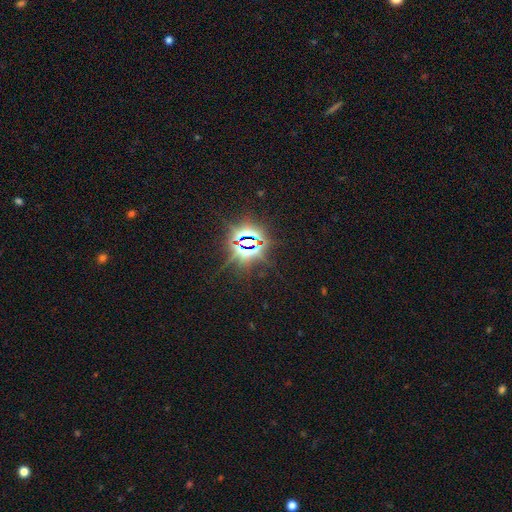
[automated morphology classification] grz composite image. It shows a star or artifact, not a galaxy (85%).